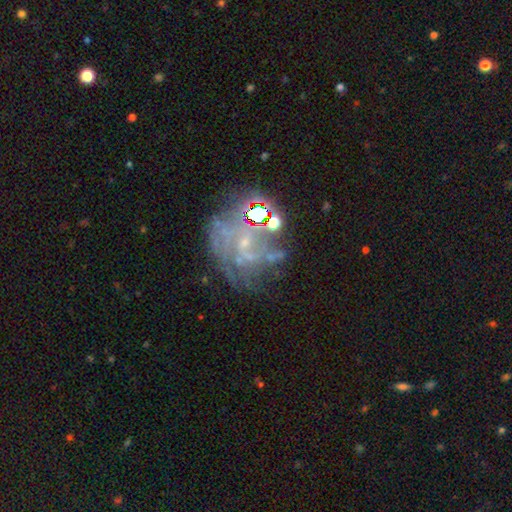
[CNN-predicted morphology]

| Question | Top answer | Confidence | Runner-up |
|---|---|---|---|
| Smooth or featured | featured or disk | 63% | star or artifact (25%) |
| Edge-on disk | no | 98% | yes (2%) |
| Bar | no | 68% | weak (25%) |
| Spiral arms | yes | 66% | no (34%) |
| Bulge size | small | 67% | none (21%) |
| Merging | none | 50% | major disturbance (24%) |